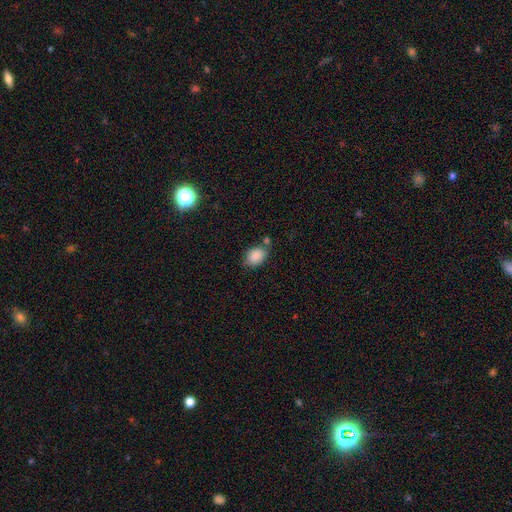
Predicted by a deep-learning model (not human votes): Q: Smooth or featured?
A: smooth (87%); runner-up: star or artifact (8%)
Q: How rounded?
A: in between (76%); runner-up: round (23%)
Q: Merging?
A: none (66%); runner-up: minor disturbance (18%)